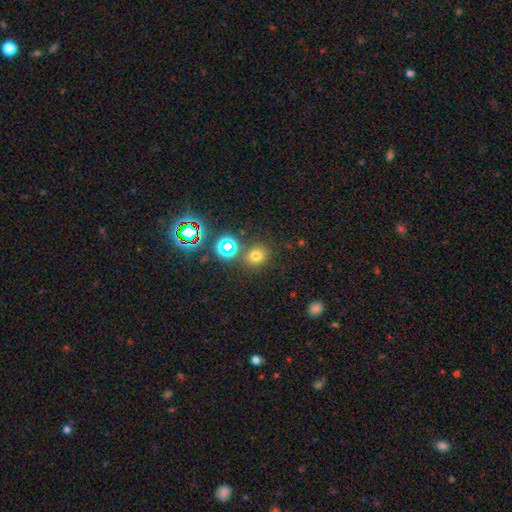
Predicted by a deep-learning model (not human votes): Q: Smooth or featured?
A: smooth (67%); runner-up: star or artifact (26%)
Q: How rounded?
A: round (76%); runner-up: in between (23%)
Q: Merging?
A: none (78%); runner-up: minor disturbance (9%)